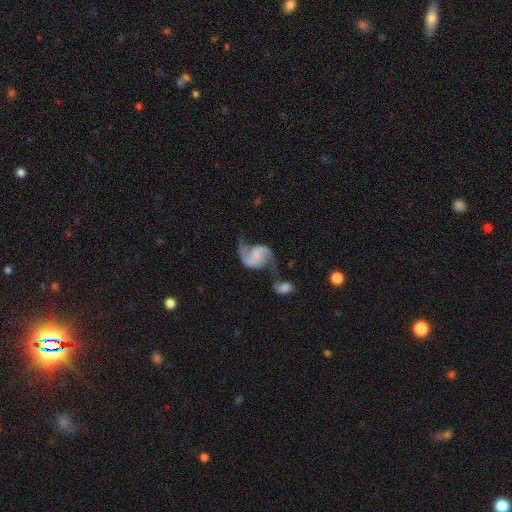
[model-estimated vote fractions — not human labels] Smooth or featured?
  - featured or disk: 88% *
  - smooth: 6%
  - star or artifact: 5%
Edge-on disk?
  - no: 98% *
  - yes: 2%
Bar?
  - no: 49% *
  - weak: 38%
  - strong: 14%
Spiral arms?
  - yes: 97% *
  - no: 3%
Spiral winding?
  - loose: 53% *
  - medium: 38%
  - tight: 8%
Spiral arm count?
  - 2: 93% *
  - 1: 2%
  - can't tell: 2%
  - 3: 1%
  - 4: 1%
  - more than 4: 1%
Bulge size?
  - none: 56% *
  - small: 23%
  - moderate: 14%
  - large: 6%
  - dominant: 2%
Merging?
  - none: 53% *
  - merger: 19%
  - minor disturbance: 17%
  - major disturbance: 11%